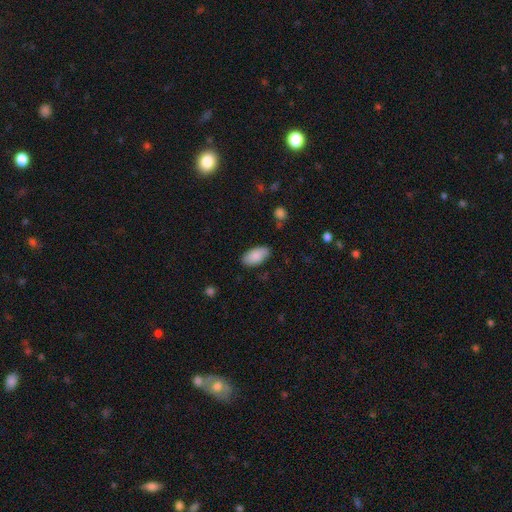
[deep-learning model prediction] Smooth or featured: smooth — 88% (featured or disk — 6%)
How rounded: in between — 95% (cigar-shaped — 3%)
Merging: none — 83% (minor disturbance — 13%)